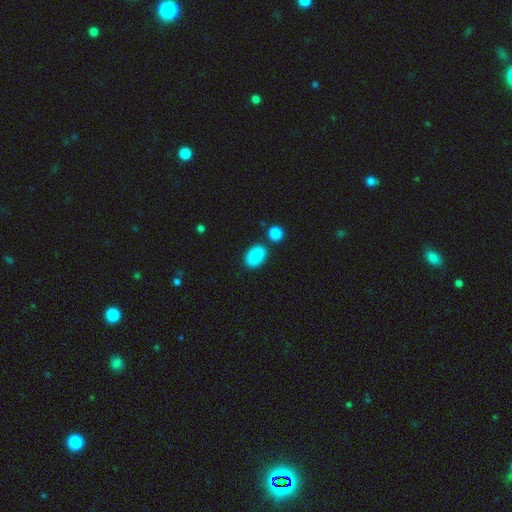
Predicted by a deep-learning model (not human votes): This is clearly a smooth galaxy (89%). How rounded: clearly in between (86%). Merging: likely none (78%).